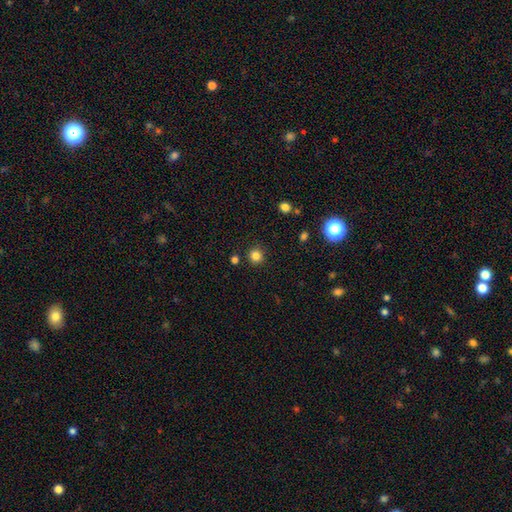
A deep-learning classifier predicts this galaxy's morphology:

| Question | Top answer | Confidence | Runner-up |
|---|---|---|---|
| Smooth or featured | smooth | 82% | star or artifact (14%) |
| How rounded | round | 93% | in between (6%) |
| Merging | none | 89% | minor disturbance (6%) |